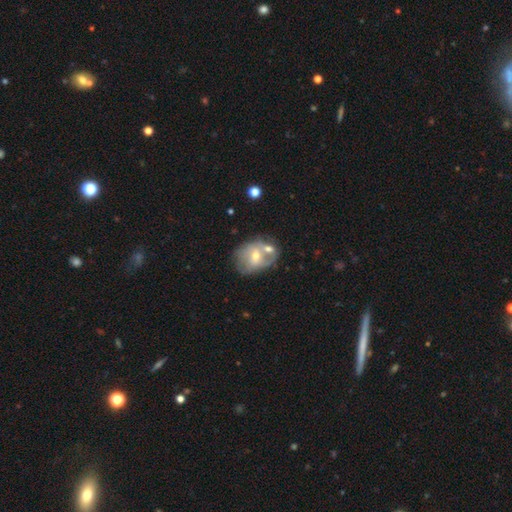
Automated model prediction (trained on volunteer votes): A featured or disk galaxy (55%) with no bar (55%), no spiral arms (51%) and a moderate central bulge (55%). Merging: none (39%).